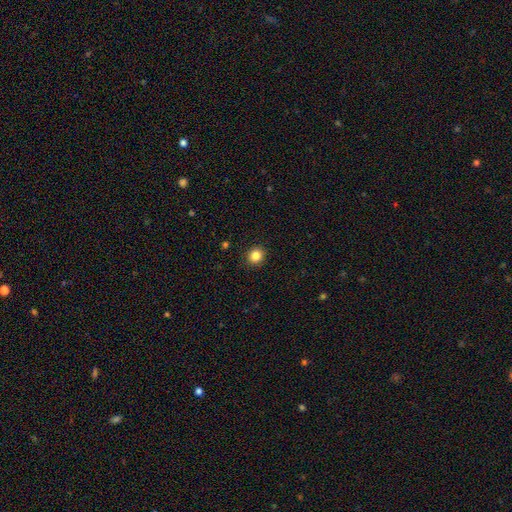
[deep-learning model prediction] Smooth or featured? Predicted: smooth (p=0.84). How rounded? Predicted: round (p=0.85). Merging? Predicted: none (p=0.92).